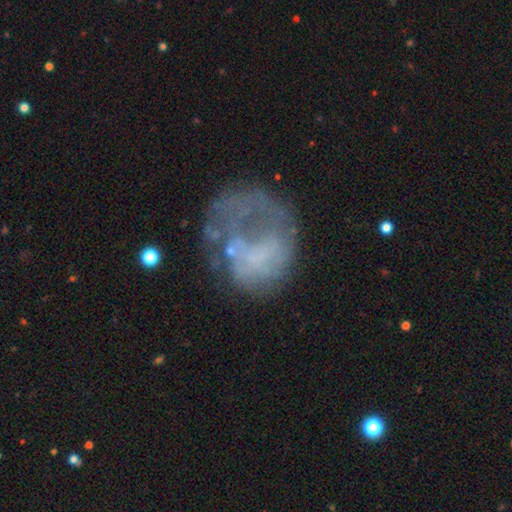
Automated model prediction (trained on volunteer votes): featured or disk 54%, smooth 33%, star or artifact 13%. Down the decision tree: edge-on disk — no (98%); bar — no (86%); spiral arms — no (83%); bulge size — none (75%); merging — none (39%).